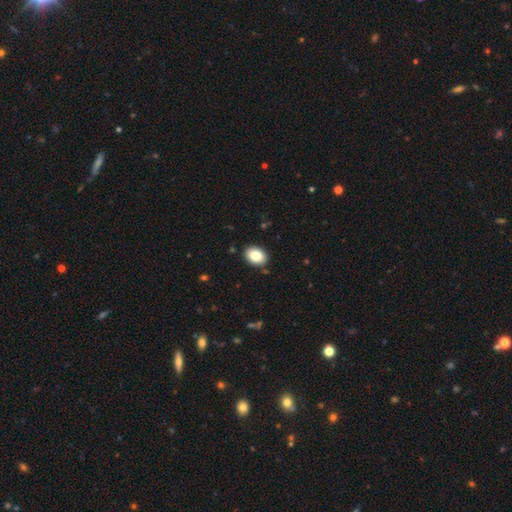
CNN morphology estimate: Smooth or featured? smooth (84%)
How rounded? in between (74%)
Merging? none (89%)